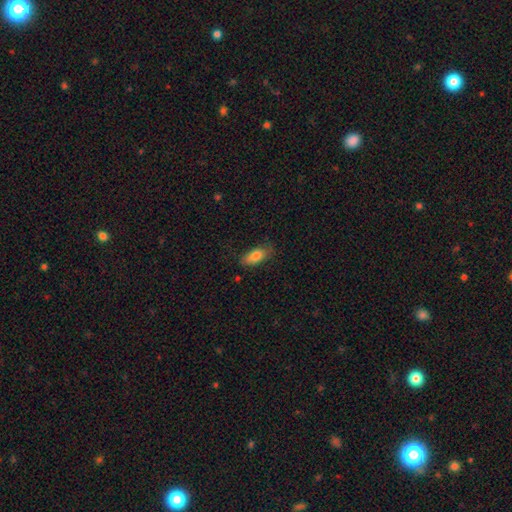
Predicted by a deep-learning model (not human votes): Smooth or featured: smooth — 82% (featured or disk — 11%)
How rounded: in between — 85% (cigar-shaped — 12%)
Merging: none — 75% (minor disturbance — 19%)